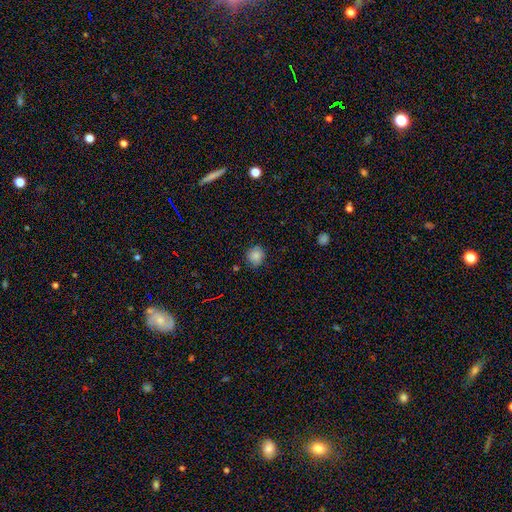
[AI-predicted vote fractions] A smooth galaxy with no disk features (83%) that is round (82%).

Vote fractions:
- Smooth or featured? smooth: 83% / star or artifact: 11% / featured or disk: 6%
- How rounded? round: 82% / in between: 17% / cigar-shaped: 1%
- Merging? none: 82% / minor disturbance: 14% / major disturbance: 3% / merger: 2%